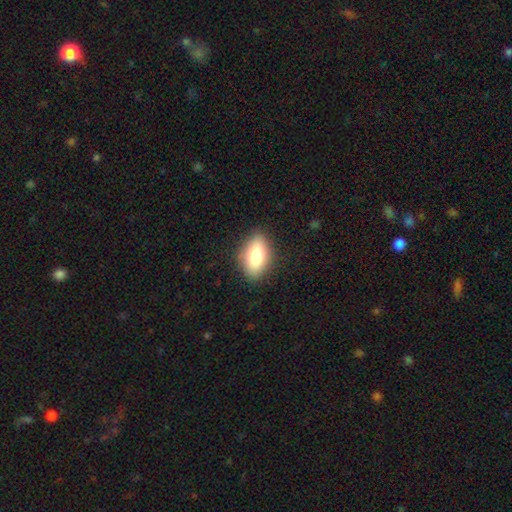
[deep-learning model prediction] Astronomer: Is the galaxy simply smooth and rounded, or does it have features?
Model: smooth — 81%.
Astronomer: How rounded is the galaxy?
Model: in between — 89%.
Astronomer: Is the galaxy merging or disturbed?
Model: none — 85%.